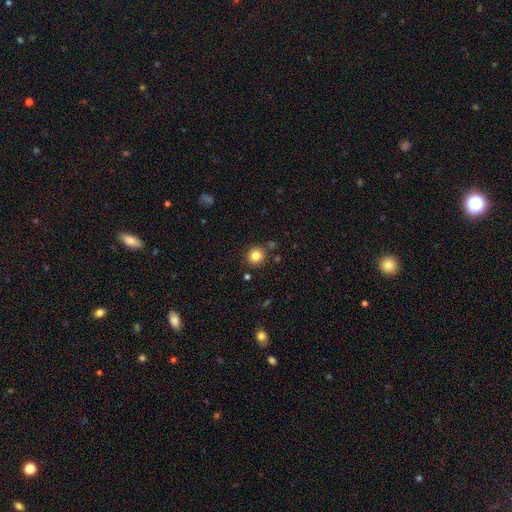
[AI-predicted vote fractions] Q: Smooth or featured?
A: smooth (82%); runner-up: star or artifact (11%)
Q: How rounded?
A: round (91%); runner-up: in between (8%)
Q: Merging?
A: none (85%); runner-up: minor disturbance (8%)